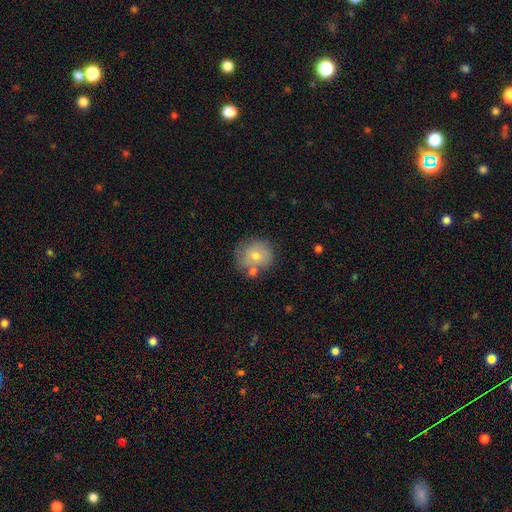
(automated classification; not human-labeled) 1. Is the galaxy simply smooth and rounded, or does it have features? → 69% smooth, 21% featured or disk, 10% star or artifact.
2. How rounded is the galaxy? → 89% round, 10% in between, 1% cigar-shaped.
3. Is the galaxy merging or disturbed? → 67% none, 16% minor disturbance, 13% merger, 4% major disturbance.